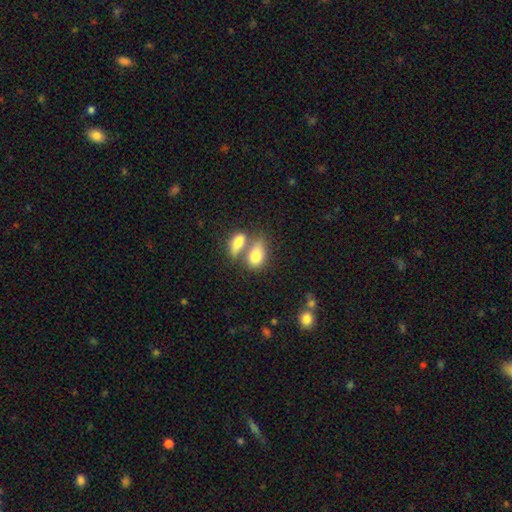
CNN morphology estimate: type=smooth (80%); roundness=in between (84%); merging=merger (60%).